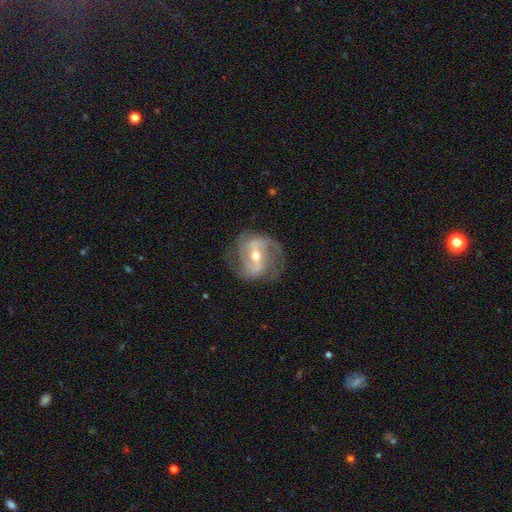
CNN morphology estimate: Smooth or featured?
  - featured or disk: 86% *
  - smooth: 8%
  - star or artifact: 6%
Edge-on disk?
  - no: 97% *
  - yes: 3%
Bar?
  - weak: 40% *
  - strong: 39%
  - no: 21%
Spiral arms?
  - yes: 94% *
  - no: 6%
Spiral winding?
  - medium: 47% *
  - tight: 27%
  - loose: 25%
Spiral arm count?
  - 2: 64% *
  - 3: 15%
  - can't tell: 12%
  - 1: 3%
  - 4: 3%
  - more than 4: 2%
Bulge size?
  - moderate: 59% *
  - small: 38%
  - large: 2%
  - none: 1%
  - dominant: 1%
Merging?
  - none: 71% *
  - minor disturbance: 18%
  - major disturbance: 10%
  - merger: 1%